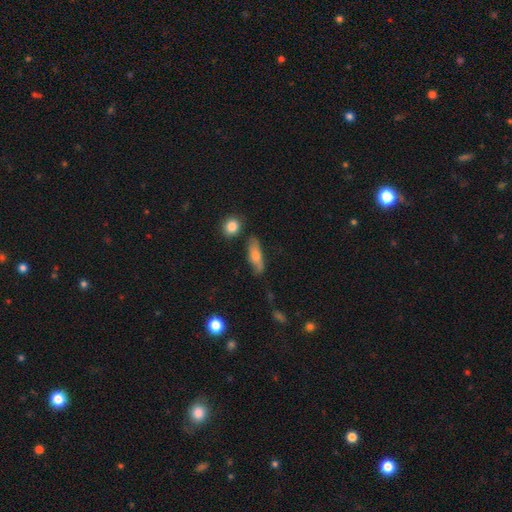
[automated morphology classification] A smooth galaxy with no disk features (66%) that is in between round and cigar-shaped (51%).

Vote fractions:
- Smooth or featured? smooth: 66% / featured or disk: 27% / star or artifact: 7%
- How rounded? in between: 51% / cigar-shaped: 45% / round: 4%
- Merging? none: 68% / minor disturbance: 21% / major disturbance: 6% / merger: 5%